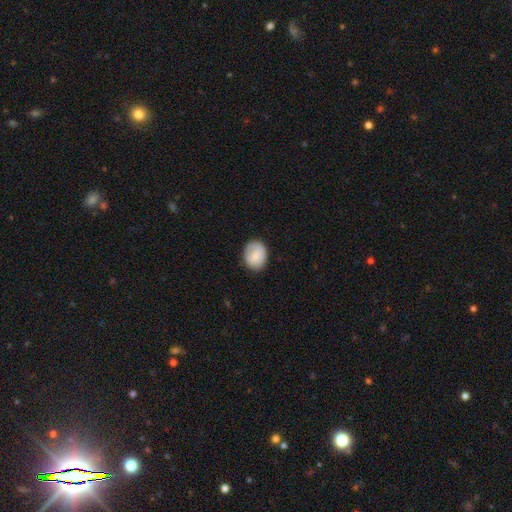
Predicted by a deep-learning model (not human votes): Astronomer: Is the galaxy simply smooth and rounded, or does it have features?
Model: smooth — 81%.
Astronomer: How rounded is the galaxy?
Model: in between — 53% (runner-up: round, 46%).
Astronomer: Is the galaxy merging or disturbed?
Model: none — 79%.